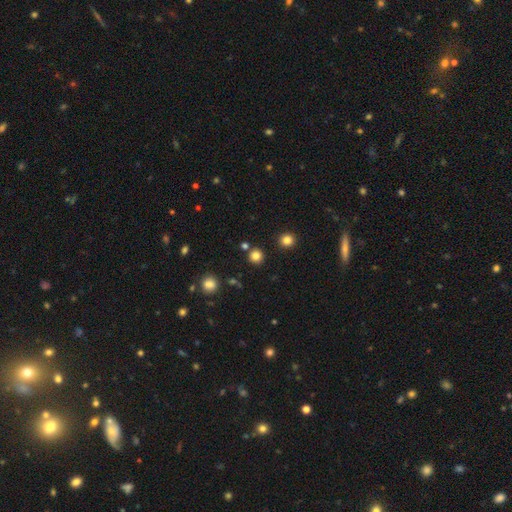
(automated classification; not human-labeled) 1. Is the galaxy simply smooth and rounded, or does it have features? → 81% smooth, 14% star or artifact, 5% featured or disk.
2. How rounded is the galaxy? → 93% round, 6% in between, 1% cigar-shaped.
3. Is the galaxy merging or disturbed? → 86% none, 6% minor disturbance, 6% merger, 2% major disturbance.